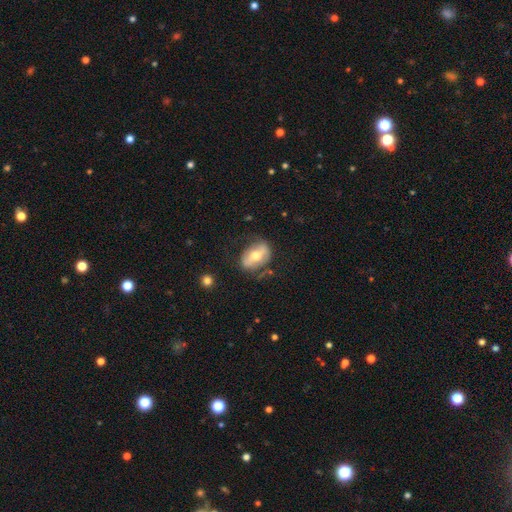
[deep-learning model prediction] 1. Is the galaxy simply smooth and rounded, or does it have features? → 53% featured or disk, 40% smooth, 6% star or artifact.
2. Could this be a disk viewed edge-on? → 84% no, 16% yes.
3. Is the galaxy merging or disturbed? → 68% none, 20% minor disturbance, 10% major disturbance, 2% merger.